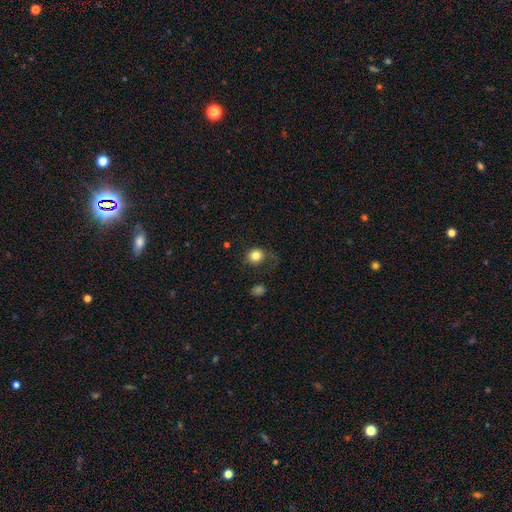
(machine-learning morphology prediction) Q: Smooth or featured?
A: smooth (81%); runner-up: star or artifact (11%)
Q: How rounded?
A: round (80%); runner-up: in between (19%)
Q: Merging?
A: none (63%); runner-up: minor disturbance (21%)